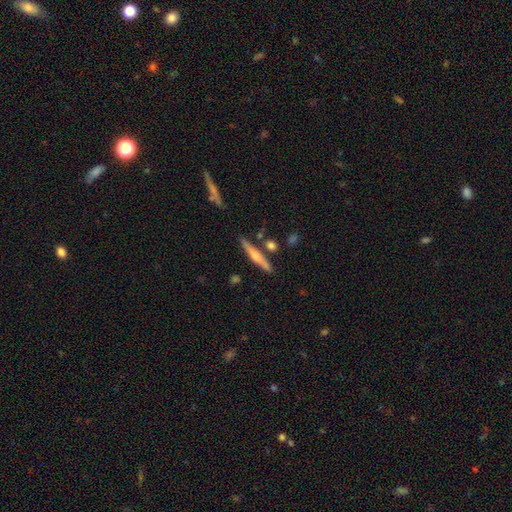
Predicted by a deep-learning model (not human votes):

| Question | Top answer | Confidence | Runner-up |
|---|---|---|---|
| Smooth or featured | featured or disk | 57% | smooth (36%) |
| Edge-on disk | yes | 96% | no (4%) |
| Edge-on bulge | rounded | 83% | none (11%) |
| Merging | none | 82% | minor disturbance (9%) |